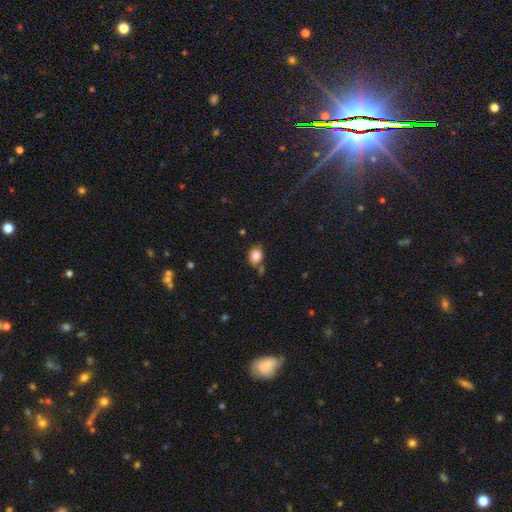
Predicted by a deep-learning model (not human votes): A smooth galaxy with no disk features (82%) that is round (52%). Merging: none (59%).